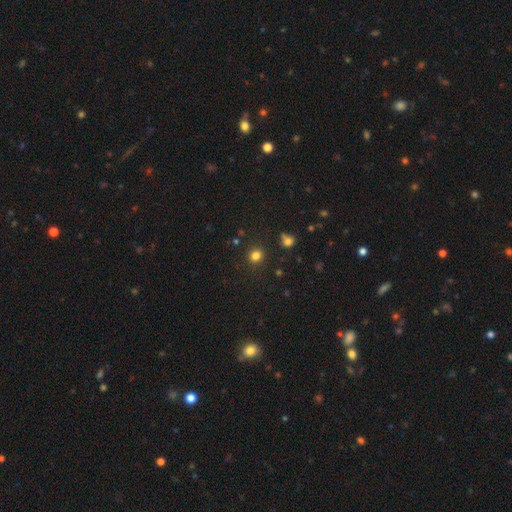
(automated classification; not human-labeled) Smooth or featured? Predicted: smooth (p=0.80). How rounded? Predicted: round (p=0.86). Merging? Predicted: none (p=0.86).